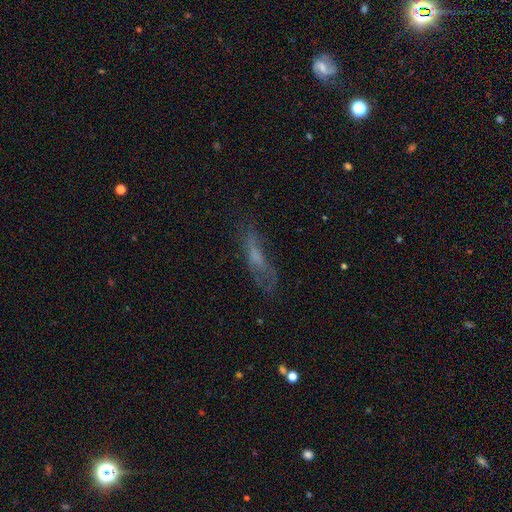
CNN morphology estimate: Overall: smooth (45%; featured or disk 41%). Merging: none (54%; minor disturbance 24%).